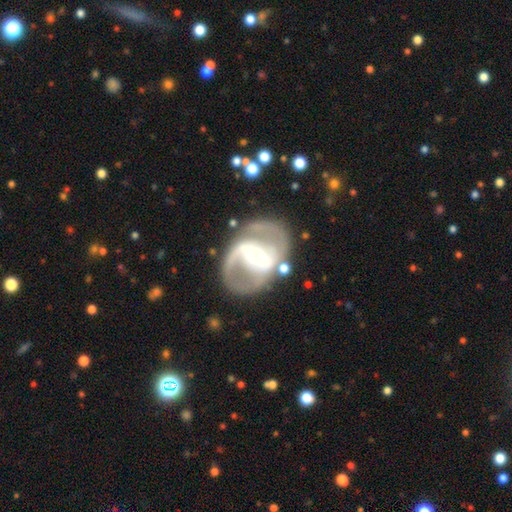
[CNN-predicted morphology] A featured or disk galaxy (86%) with a strong bar (67%), 2 (85%) medium (48%) spiral arms (84%) and a moderate central bulge (44%).

Vote fractions:
- Smooth or featured? featured or disk: 86% / smooth: 9% / star or artifact: 6%
- Edge-on disk? no: 96% / yes: 4%
- Bar? strong: 67% / weak: 24% / no: 8%
- Spiral arms? yes: 84% / no: 16%
- Spiral winding? medium: 48% / loose: 29% / tight: 23%
- Spiral arm count? 2: 85% / can't tell: 7% / 1: 4% / 3: 2% / 4: 1% / more than 4: 1%
- Bulge size? moderate: 44% / small: 43% / large: 9% / none: 3% / dominant: 2%
- Merging? none: 71% / minor disturbance: 15% / major disturbance: 10% / merger: 4%